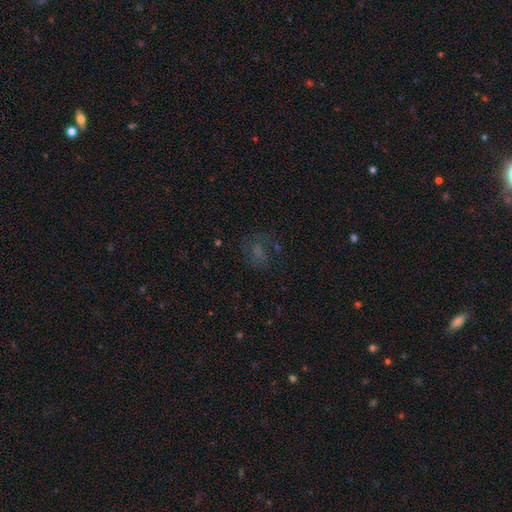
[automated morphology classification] This appears to be a star or artifact, not a galaxy (36%).